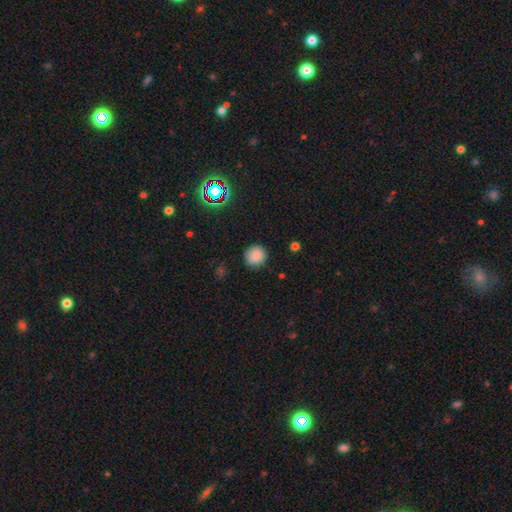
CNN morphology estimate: Overall: smooth (84%). How rounded: round (92%). Merging: none (86%).